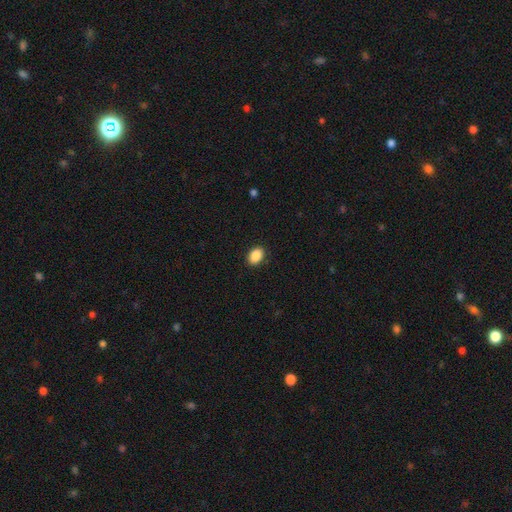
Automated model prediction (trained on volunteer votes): smooth 89%, star or artifact 8%, featured or disk 3%. Down the decision tree: how rounded — in between (79%); merging — none (89%).